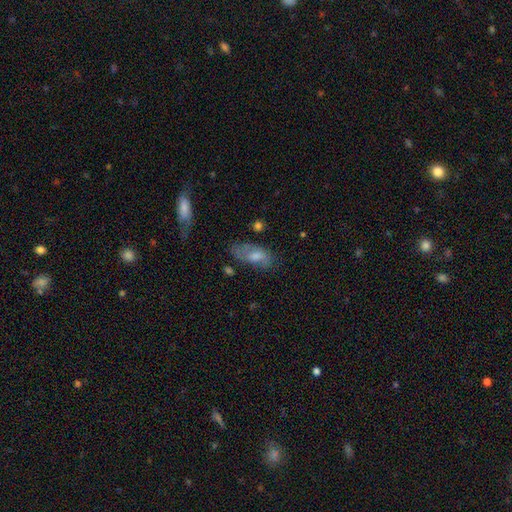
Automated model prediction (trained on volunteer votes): A smooth galaxy with no disk features (47%). Merging: none (61%).